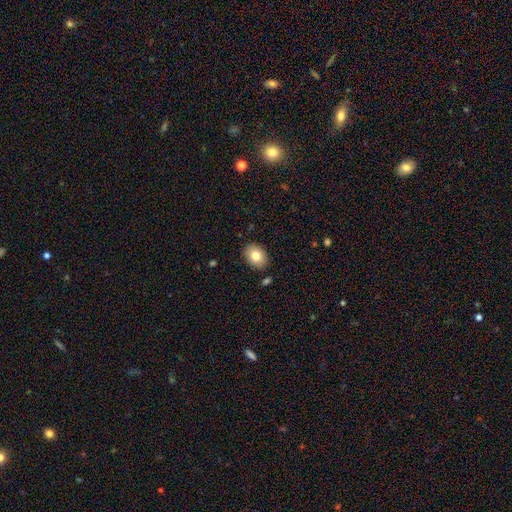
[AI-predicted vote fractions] Smooth or featured? smooth (81%)
How rounded? in between (73%)
Merging? none (87%)